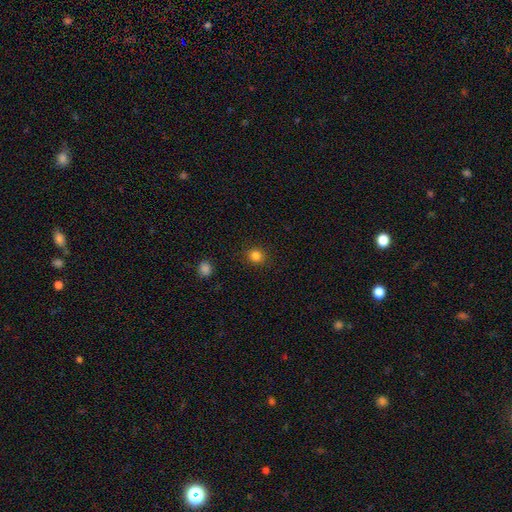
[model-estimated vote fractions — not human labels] smooth_or_featured: smooth (p=0.82) [alt: star or artifact p=0.13]
how_rounded: round (p=0.81) [alt: in between p=0.18]
merging: none (p=0.89) [alt: minor disturbance p=0.07]